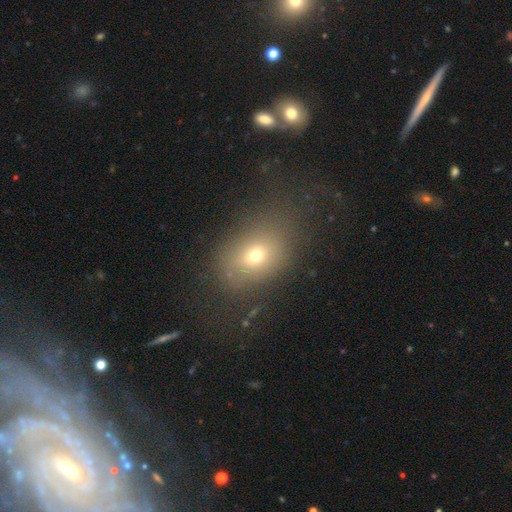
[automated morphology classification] This is likely a smooth galaxy (66%). How rounded: likely in between (61%). Merging: likely none (64%).